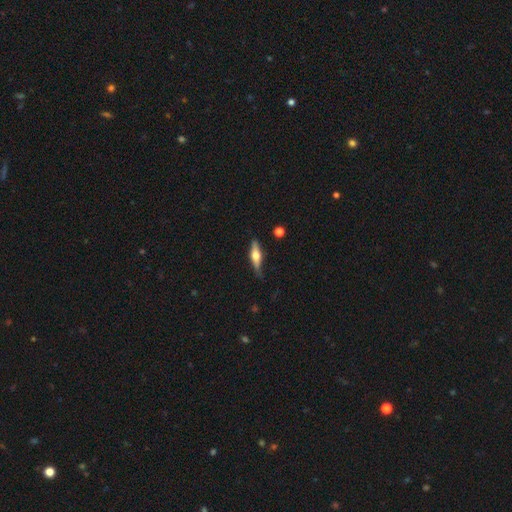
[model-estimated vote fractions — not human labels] Smooth or featured? featured or disk (59%)
Edge-on disk? yes (94%)
Edge-on bulge? rounded (93%)
Merging? none (76%)